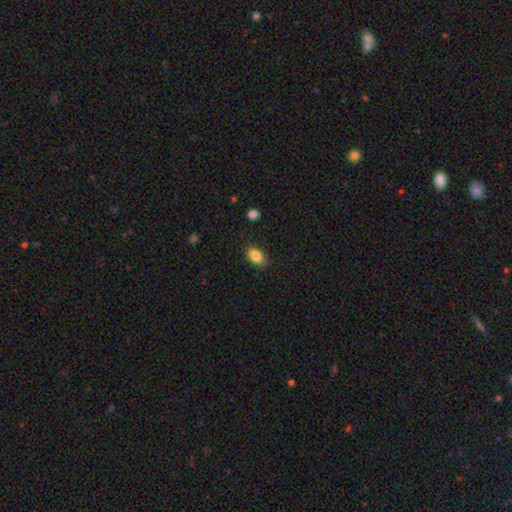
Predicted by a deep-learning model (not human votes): This is clearly a smooth galaxy (85%). How rounded: clearly in between (90%). Merging: clearly none (82%).